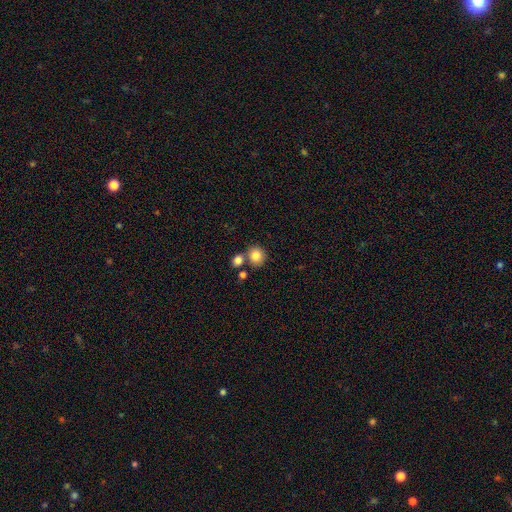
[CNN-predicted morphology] A smooth galaxy with no disk features (84%) that is round (76%).

Vote fractions:
- Smooth or featured? smooth: 84% / star or artifact: 10% / featured or disk: 7%
- How rounded? round: 76% / in between: 23% / cigar-shaped: 1%
- Merging? none: 65% / merger: 22% / minor disturbance: 10% / major disturbance: 3%